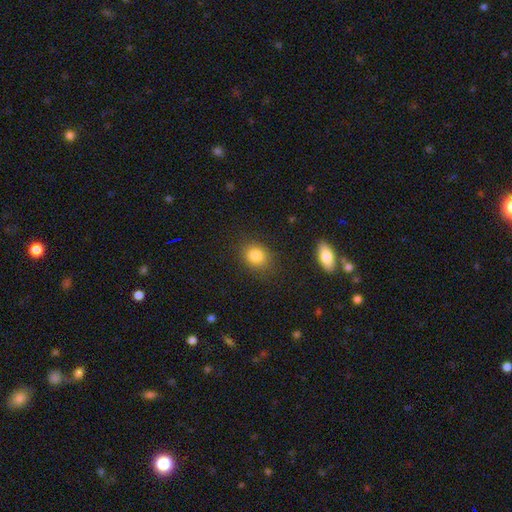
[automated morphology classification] A smooth galaxy with no disk features (84%) that is round (59%). Merging: none (83%).